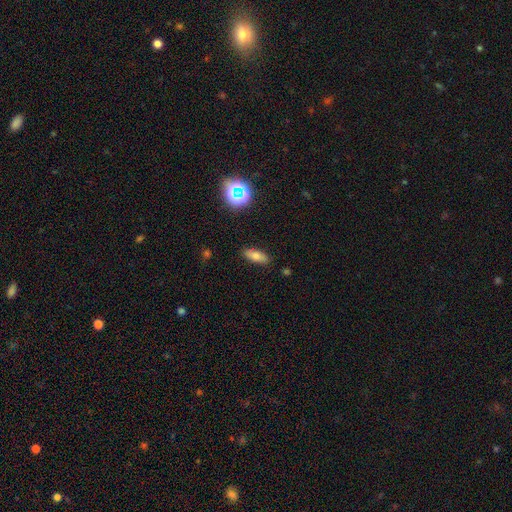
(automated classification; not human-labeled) Overall: smooth (71%). How rounded: in between (69%). Merging: none (87%).